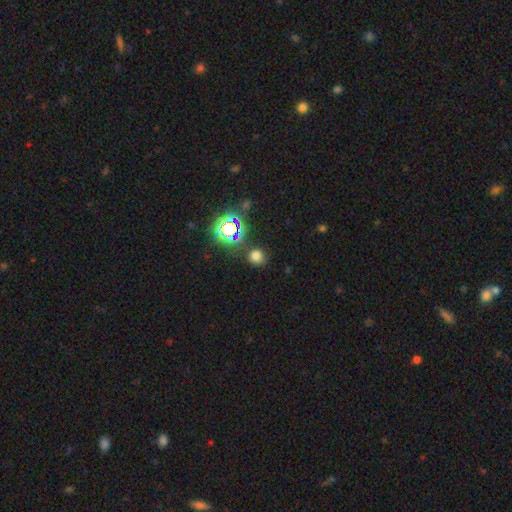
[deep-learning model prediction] This is likely a smooth galaxy (70%). How rounded: clearly round (86%). Merging: clearly none (81%).